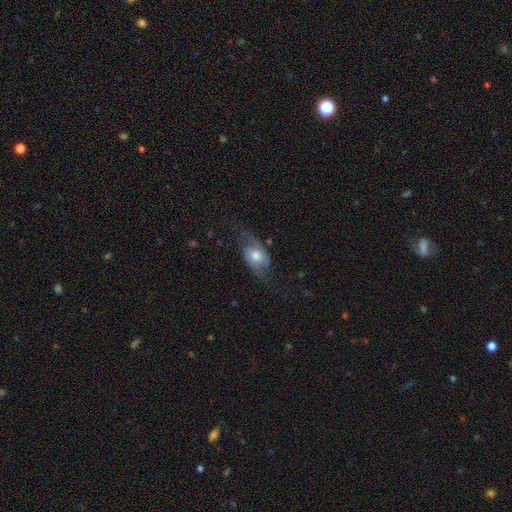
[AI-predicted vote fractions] This appears to be a featured or disk galaxy (54%). Merging: none (53%).